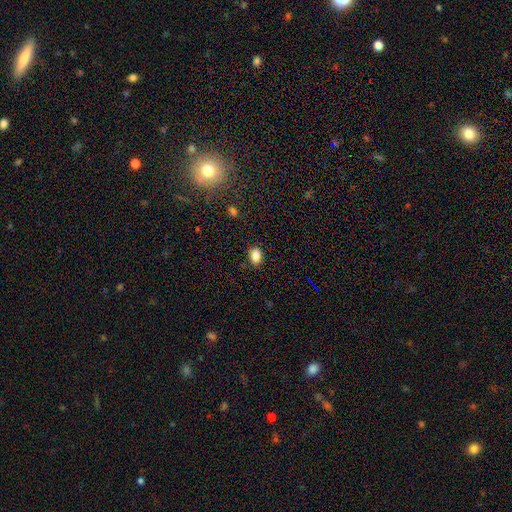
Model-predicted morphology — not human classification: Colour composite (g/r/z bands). It shows a smooth galaxy with no disk features (85%) that is in between round and cigar-shaped (74%). Merging: none (83%).